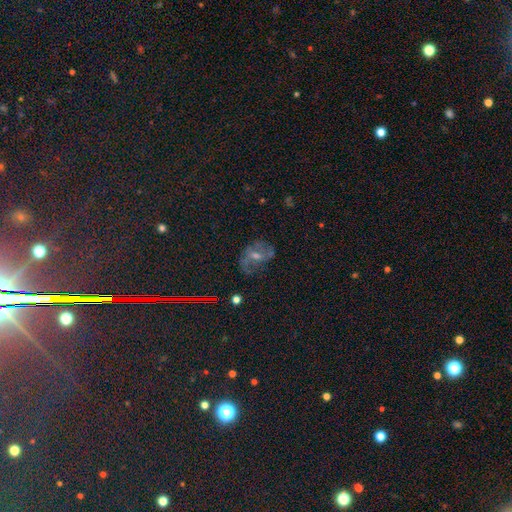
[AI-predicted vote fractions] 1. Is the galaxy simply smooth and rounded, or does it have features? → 54% featured or disk, 29% star or artifact, 17% smooth.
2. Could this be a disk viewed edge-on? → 95% no, 5% yes.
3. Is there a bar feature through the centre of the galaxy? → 43% weak, 40% no, 17% strong.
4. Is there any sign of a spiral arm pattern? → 80% yes, 20% no.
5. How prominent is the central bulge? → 47% small, 45% moderate, 4% none, 2% large, 1% dominant.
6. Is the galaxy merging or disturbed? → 62% none, 21% minor disturbance, 14% major disturbance, 2% merger.